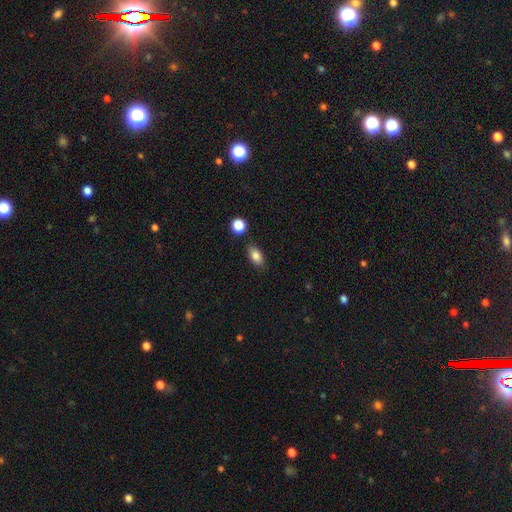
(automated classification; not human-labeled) smooth_or_featured: smooth (p=0.84) [alt: star or artifact p=0.09]
how_rounded: in between (p=0.88) [alt: round p=0.08]
merging: none (p=0.81) [alt: minor disturbance p=0.12]